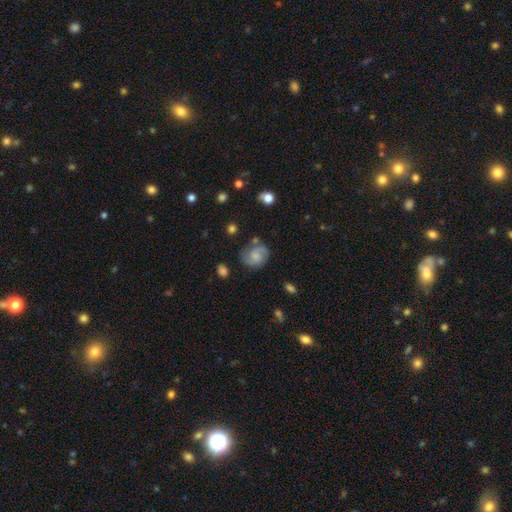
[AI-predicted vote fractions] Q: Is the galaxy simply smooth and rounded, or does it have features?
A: featured or disk — 59%.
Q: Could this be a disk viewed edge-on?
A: no — 98%.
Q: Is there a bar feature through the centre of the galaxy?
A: no — 65%.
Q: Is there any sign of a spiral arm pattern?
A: yes — 91%.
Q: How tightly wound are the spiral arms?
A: medium — 48%.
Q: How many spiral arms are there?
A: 2 — 81%.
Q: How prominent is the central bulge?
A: small — 35%.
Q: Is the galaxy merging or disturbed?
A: none — 69%.